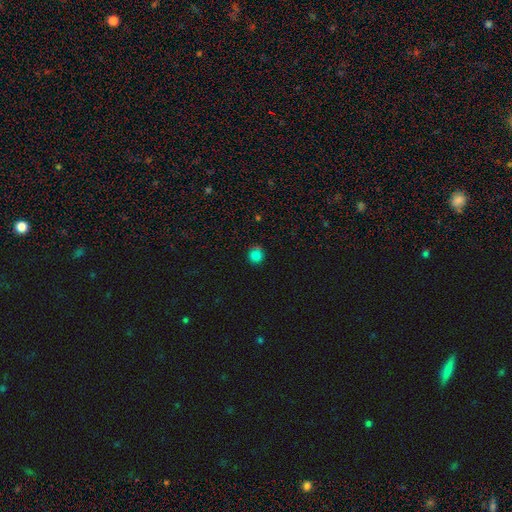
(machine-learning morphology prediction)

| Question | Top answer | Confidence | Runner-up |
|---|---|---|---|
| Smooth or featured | smooth | 81% | star or artifact (13%) |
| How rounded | round | 89% | in between (10%) |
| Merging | none | 74% | minor disturbance (15%) |